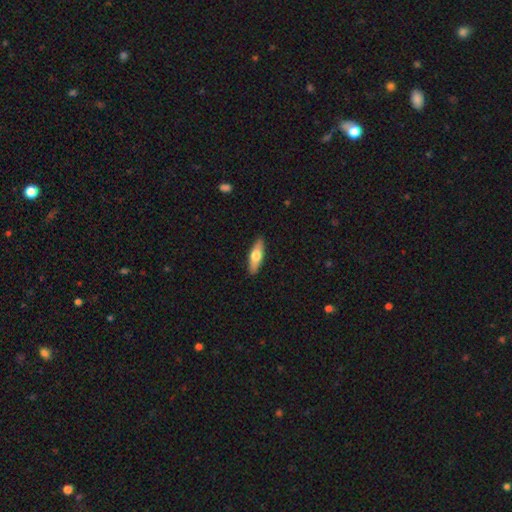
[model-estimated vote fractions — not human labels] A smooth galaxy with no disk features (60%) that is in between round and cigar-shaped (50%).

Vote fractions:
- Smooth or featured? smooth: 60% / featured or disk: 35% / star or artifact: 5%
- How rounded? in between: 50% / cigar-shaped: 47% / round: 3%
- Merging? none: 89% / minor disturbance: 8% / major disturbance: 2% / merger: 1%